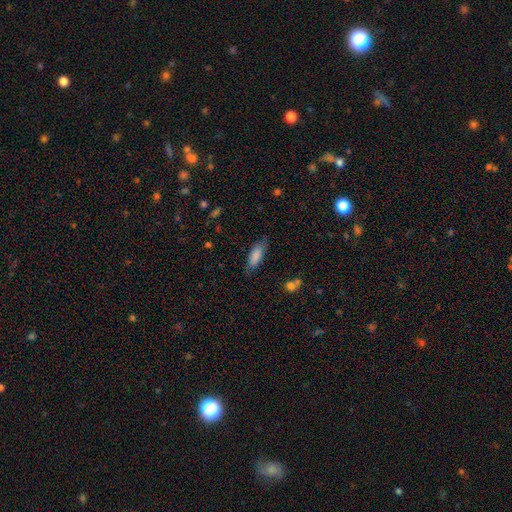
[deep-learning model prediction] This is clearly a smooth galaxy (84%). How rounded: likely in between (68%). Merging: likely none (75%).